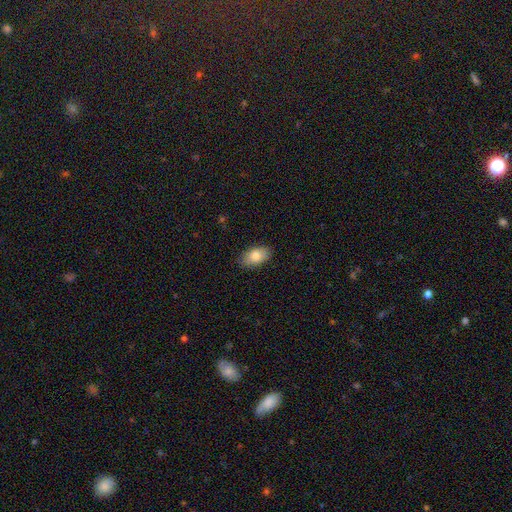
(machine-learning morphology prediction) Overall: smooth (82%). How rounded: in between (92%). Merging: none (86%).